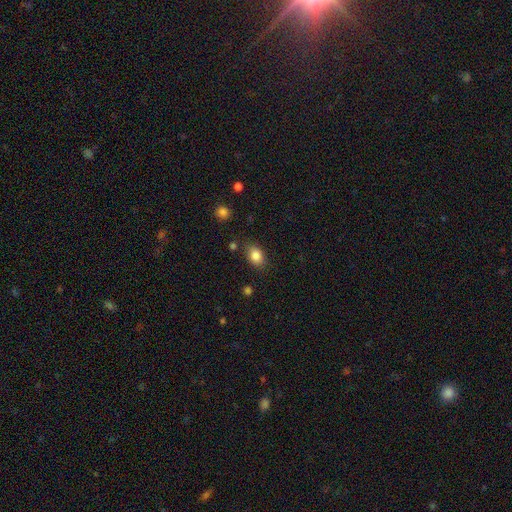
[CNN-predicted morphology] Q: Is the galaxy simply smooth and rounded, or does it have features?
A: smooth — 85%.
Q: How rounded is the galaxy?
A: in between — 76%.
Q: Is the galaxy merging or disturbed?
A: none — 79%.